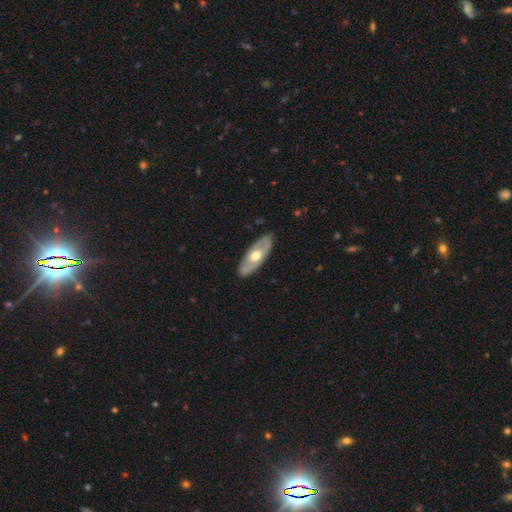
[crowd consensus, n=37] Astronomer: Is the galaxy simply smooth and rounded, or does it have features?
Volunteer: featured or disk — 59% (runner-up: smooth, 35%).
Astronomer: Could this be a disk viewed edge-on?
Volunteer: no — 86%.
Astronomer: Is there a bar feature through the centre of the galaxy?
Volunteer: no — 79%.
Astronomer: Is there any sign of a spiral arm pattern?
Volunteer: no — 63%.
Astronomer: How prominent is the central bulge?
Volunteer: moderate — 58%.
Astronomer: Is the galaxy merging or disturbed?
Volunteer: none — 89%.